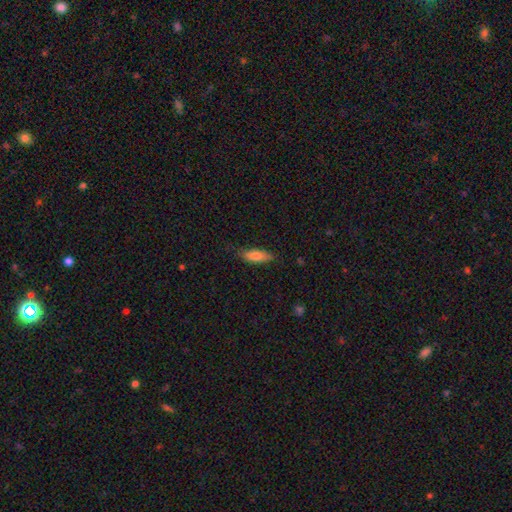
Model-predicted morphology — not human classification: Smooth or featured?
  - smooth: 77% *
  - featured or disk: 17%
  - star or artifact: 6%
How rounded?
  - in between: 55% *
  - cigar-shaped: 43%
  - round: 2%
Merging?
  - none: 80% *
  - minor disturbance: 16%
  - major disturbance: 3%
  - merger: 1%